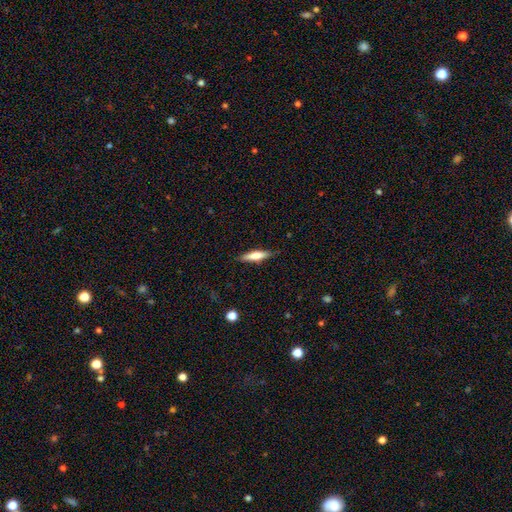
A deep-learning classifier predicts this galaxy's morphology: smooth 57%, featured or disk 37%, star or artifact 6%. Down the decision tree: how rounded — cigar-shaped (77%); merging — none (86%).